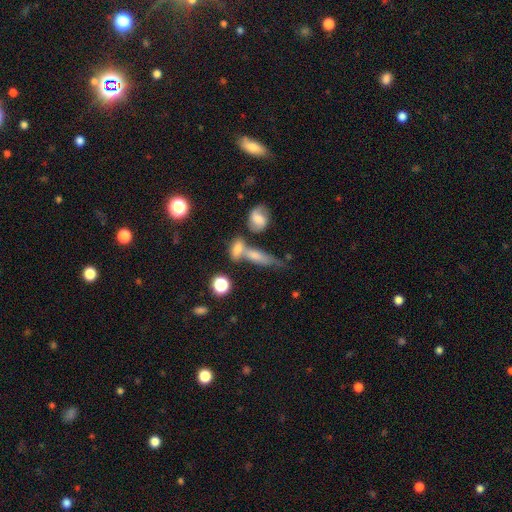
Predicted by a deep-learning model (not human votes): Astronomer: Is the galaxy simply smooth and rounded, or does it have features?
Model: smooth — 64%.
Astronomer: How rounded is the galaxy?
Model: in between — 48% (runner-up: cigar-shaped, 45%).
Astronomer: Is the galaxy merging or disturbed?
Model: merger — 42% (runner-up: none, 34%).